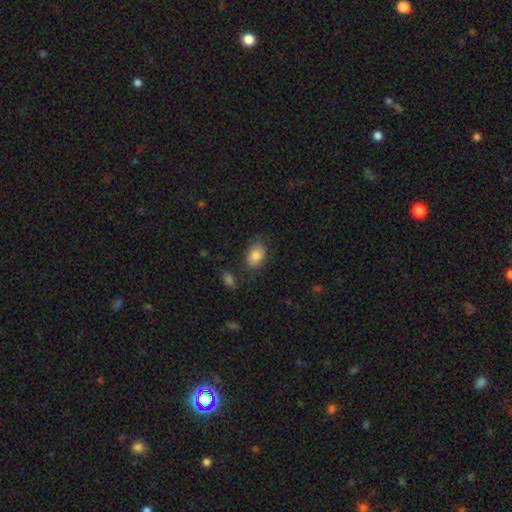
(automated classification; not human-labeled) This appears to be a smooth galaxy with no disk features (84%) that is in between round and cigar-shaped (80%). Merging: none (74%).